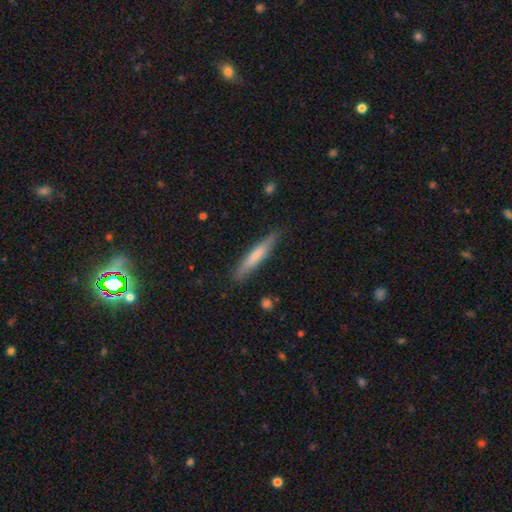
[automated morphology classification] smooth-or-featured: smooth: 64% | featured or disk: 30% | star or artifact: 6%
  how-rounded: cigar-shaped: 93% | in between: 6% | round: 1%
  merging: none: 86% | minor disturbance: 10% | major disturbance: 2% | merger: 1%